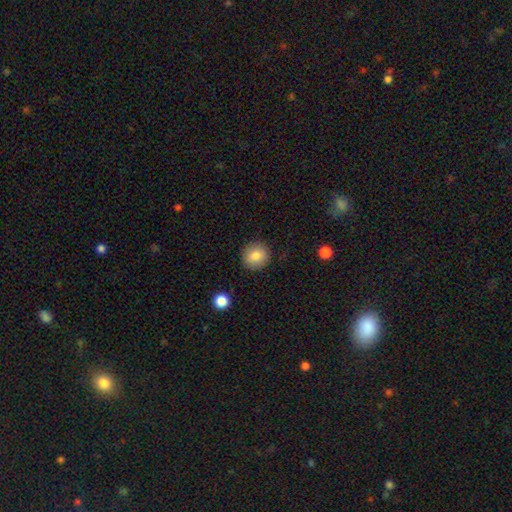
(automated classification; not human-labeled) Morphology: type=smooth (84%); roundness=round (90%); merging=none (90%).